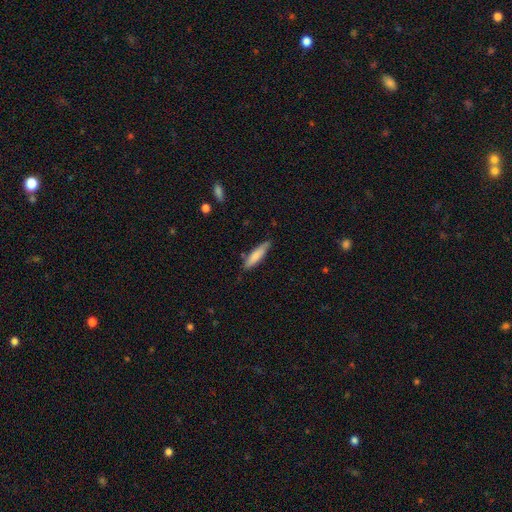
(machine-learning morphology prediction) Smooth or featured? smooth (78%)
How rounded? cigar-shaped (77%)
Merging? none (78%)